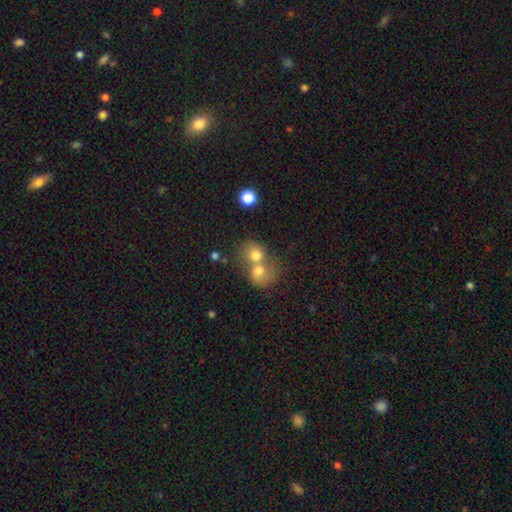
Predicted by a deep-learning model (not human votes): This is likely a smooth galaxy (72%). How rounded: likely round (71%). Merging: likely merger (69%).